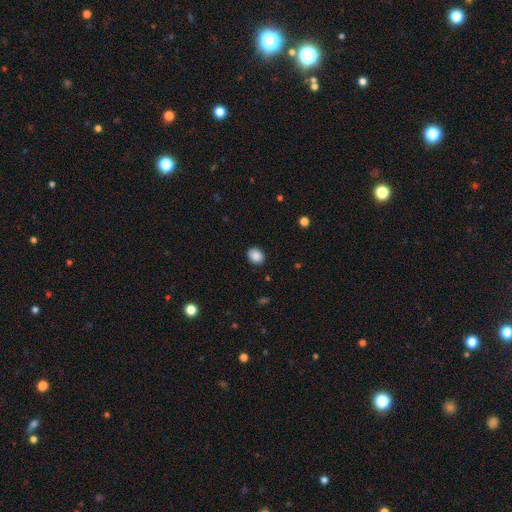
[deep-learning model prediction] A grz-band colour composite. It shows a smooth galaxy with no disk features (88%) that is round (55%). Merging: none (89%).